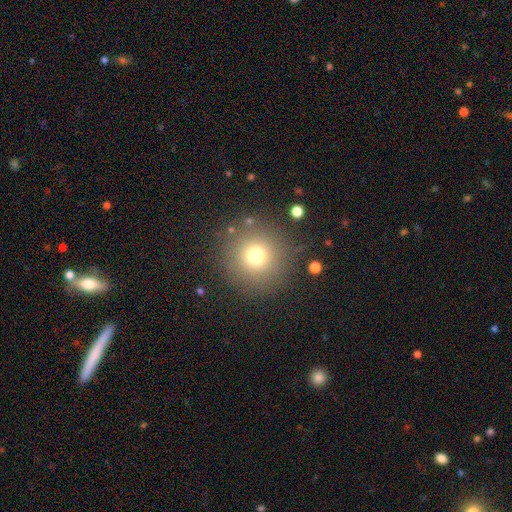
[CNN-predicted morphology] smooth 73%, star or artifact 17%, featured or disk 10%. Down the decision tree: how rounded — round (96%); merging — none (86%).